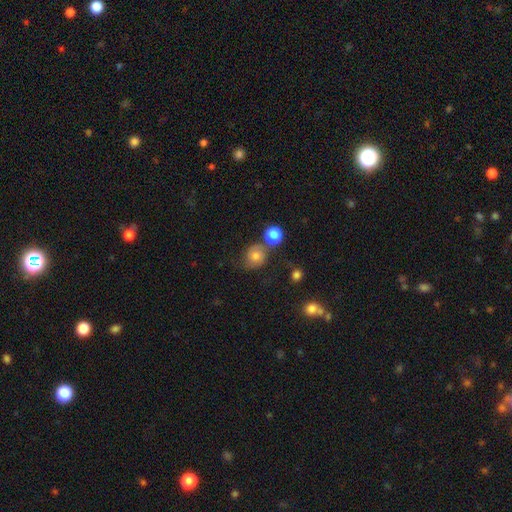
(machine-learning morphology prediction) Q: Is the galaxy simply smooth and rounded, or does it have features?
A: smooth — 64%.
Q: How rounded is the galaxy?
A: round — 79%.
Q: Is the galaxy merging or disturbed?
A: none — 59%.